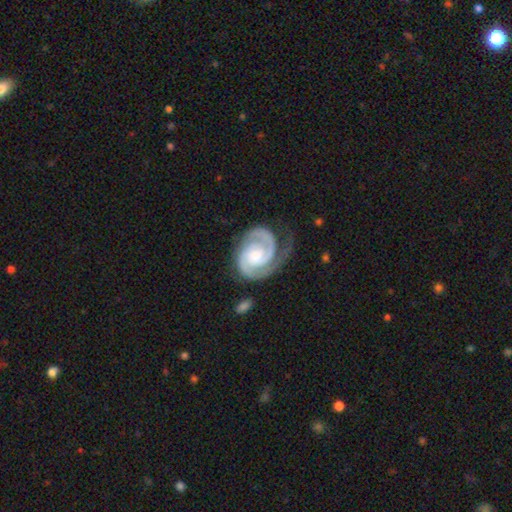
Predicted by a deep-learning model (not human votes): This is clearly a featured or disk galaxy (92%). It is clearly not viewed edge-on (98%). Bar: likely no (61%). Spiral arm pattern: clearly yes (98%). Spiral arm count: clearly 2 (85%). Spiral winding: likely tight (60%). Central bulge: marginally small (44%). Merging: likely none (62%).